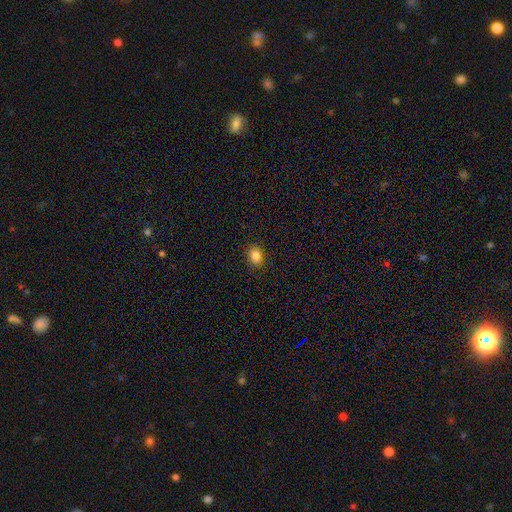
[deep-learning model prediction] A smooth galaxy with no disk features (85%) that is in between round and cigar-shaped (55%).

Vote fractions:
- Smooth or featured? smooth: 85% / star or artifact: 11% / featured or disk: 5%
- How rounded? in between: 55% / round: 44% / cigar-shaped: 1%
- Merging? none: 89% / minor disturbance: 8% / major disturbance: 2% / merger: 1%